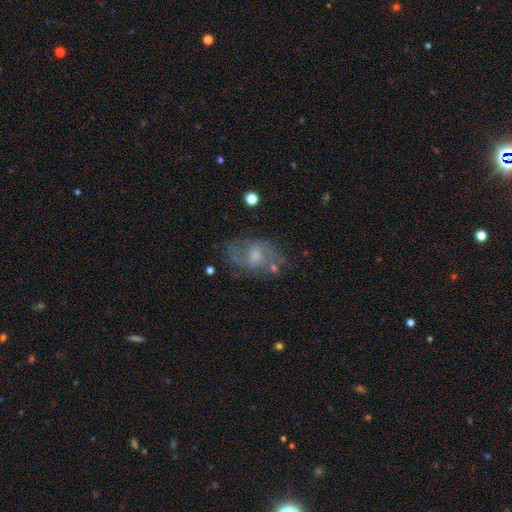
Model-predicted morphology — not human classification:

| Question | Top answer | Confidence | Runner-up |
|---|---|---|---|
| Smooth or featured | featured or disk | 69% | smooth (22%) |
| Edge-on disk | no | 96% | yes (4%) |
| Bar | no | 51% | weak (43%) |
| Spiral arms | yes | 80% | no (20%) |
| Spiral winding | medium | 47% | loose (35%) |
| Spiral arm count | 2 | 72% | can't tell (17%) |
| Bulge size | moderate | 43% | small (42%) |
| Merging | none | 62% | minor disturbance (21%) |